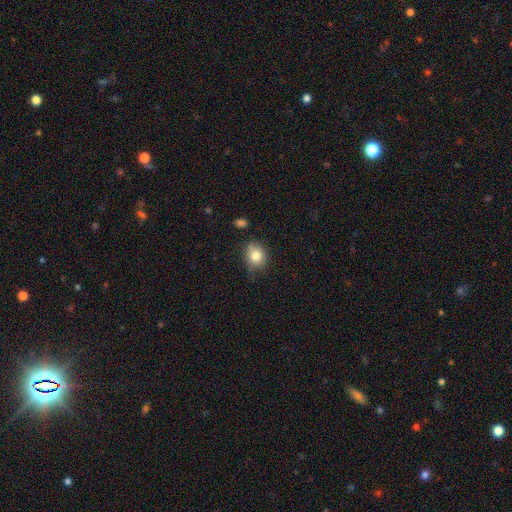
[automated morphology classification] Smooth or featured? smooth (80%)
How rounded? round (65%)
Merging? none (72%)